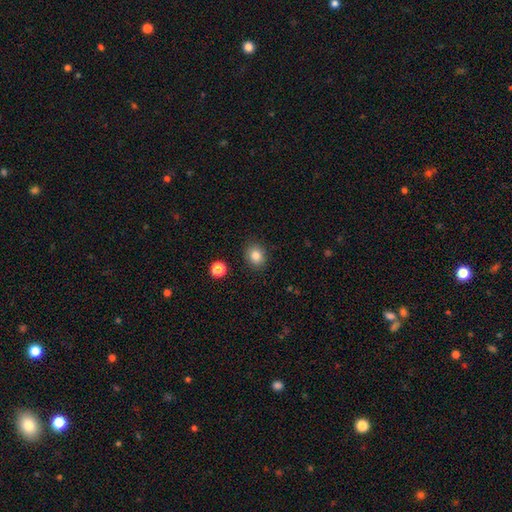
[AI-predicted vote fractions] smooth_or_featured: smooth (p=0.83) [alt: star or artifact p=0.11]
how_rounded: round (p=0.69) [alt: in between p=0.30]
merging: none (p=0.88) [alt: minor disturbance p=0.08]